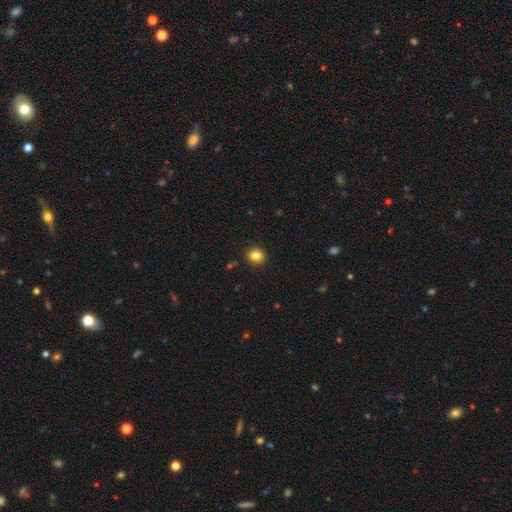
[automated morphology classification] Smooth or featured?
  - smooth: 85% *
  - star or artifact: 11%
  - featured or disk: 5%
How rounded?
  - round: 79% *
  - in between: 20%
  - cigar-shaped: 1%
Merging?
  - none: 91% *
  - minor disturbance: 6%
  - major disturbance: 2%
  - merger: 1%